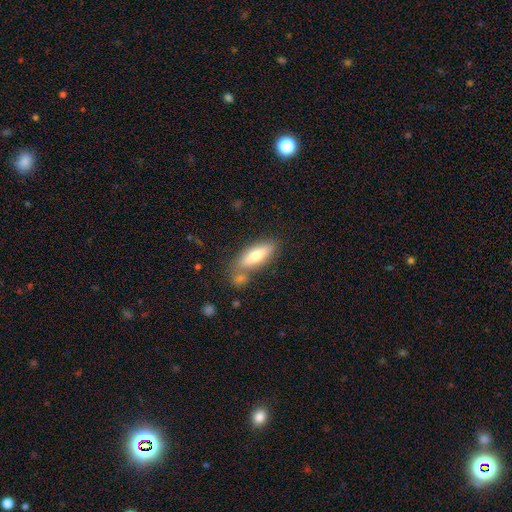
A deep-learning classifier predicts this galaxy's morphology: A smooth galaxy with no disk features (69%) that is in between round and cigar-shaped (58%).

Vote fractions:
- Smooth or featured? smooth: 69% / featured or disk: 25% / star or artifact: 6%
- How rounded? in between: 58% / cigar-shaped: 40% / round: 2%
- Merging? none: 66% / merger: 15% / minor disturbance: 15% / major disturbance: 4%